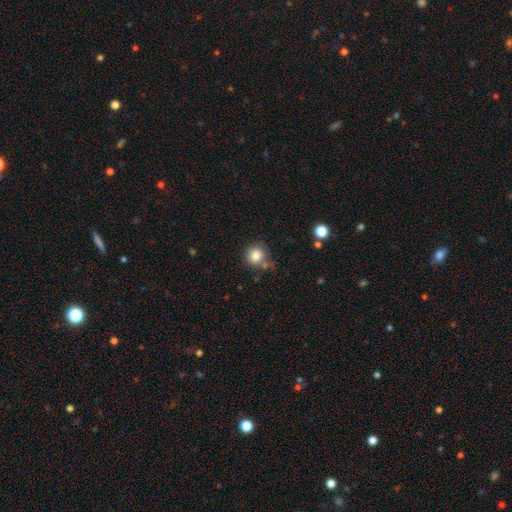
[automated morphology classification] A smooth galaxy with no disk features (82%) that is round (89%). Merging: none (69%).